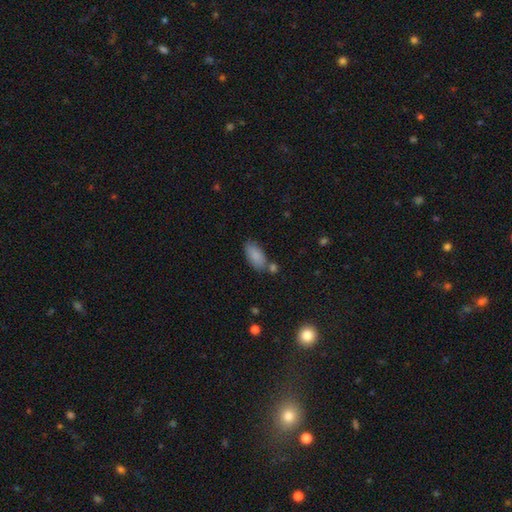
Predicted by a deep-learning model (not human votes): This appears to be a smooth galaxy with no disk features (85%) that is in between round and cigar-shaped (90%). Merging: none (67%).